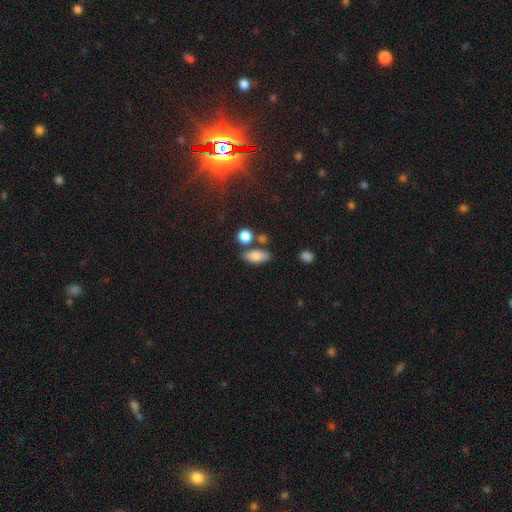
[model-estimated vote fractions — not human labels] Smooth or featured? smooth (80%)
How rounded? in between (83%)
Merging? none (71%)